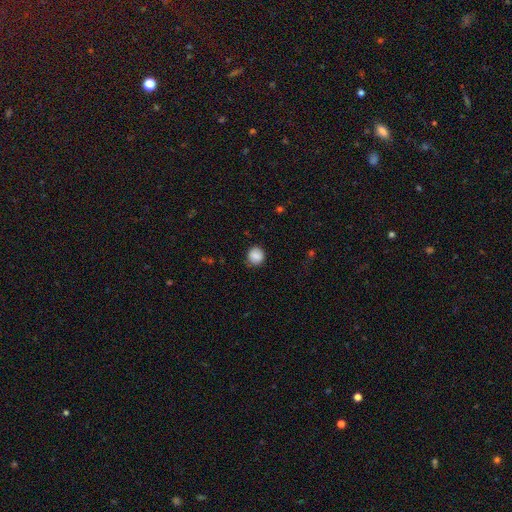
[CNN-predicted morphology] Overall: smooth (85%). How rounded: round (87%). Merging: none (81%).